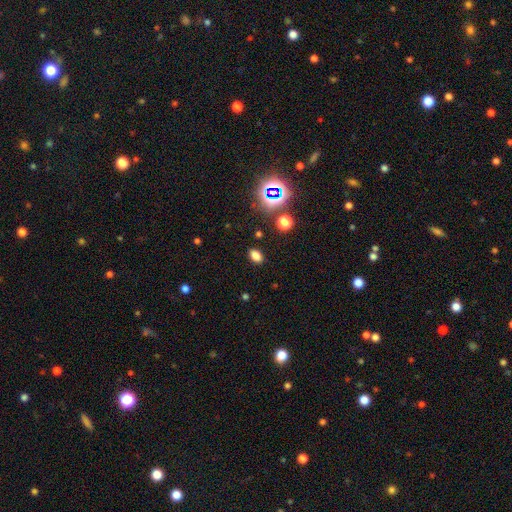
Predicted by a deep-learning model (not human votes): This appears to be a smooth galaxy with no disk features (75%) that is in between round and cigar-shaped (82%). Merging: none (87%).